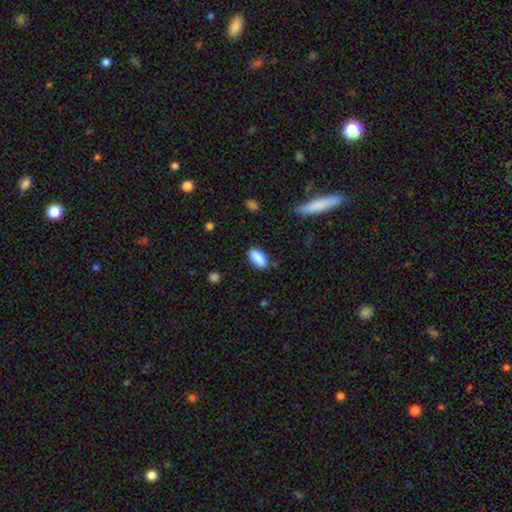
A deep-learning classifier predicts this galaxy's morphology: Smooth or featured?
  - smooth: 88% *
  - star or artifact: 7%
  - featured or disk: 6%
How rounded?
  - in between: 93% *
  - cigar-shaped: 4%
  - round: 3%
Merging?
  - none: 82% *
  - minor disturbance: 13%
  - major disturbance: 3%
  - merger: 2%